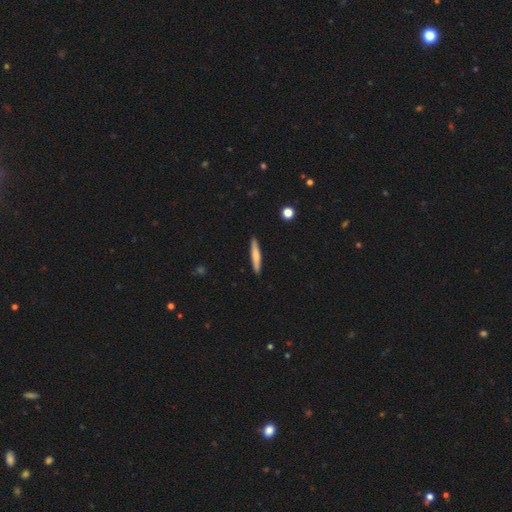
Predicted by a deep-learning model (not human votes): Overall: smooth (69%). How rounded: cigar-shaped (93%). Merging: none (90%).